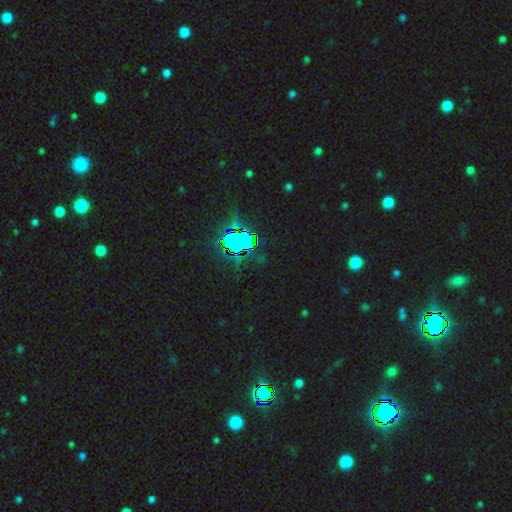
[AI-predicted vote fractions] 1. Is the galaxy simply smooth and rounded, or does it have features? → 81% star or artifact, 12% smooth, 7% featured or disk.